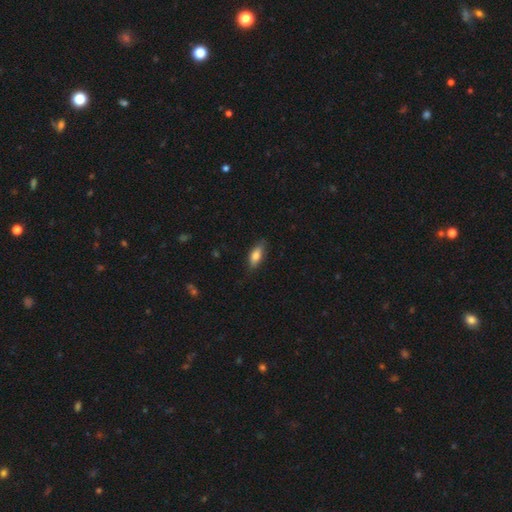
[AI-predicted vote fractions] Smooth or featured: smooth — 77% (featured or disk — 16%)
How rounded: in between — 76% (cigar-shaped — 22%)
Merging: none — 80% (minor disturbance — 16%)